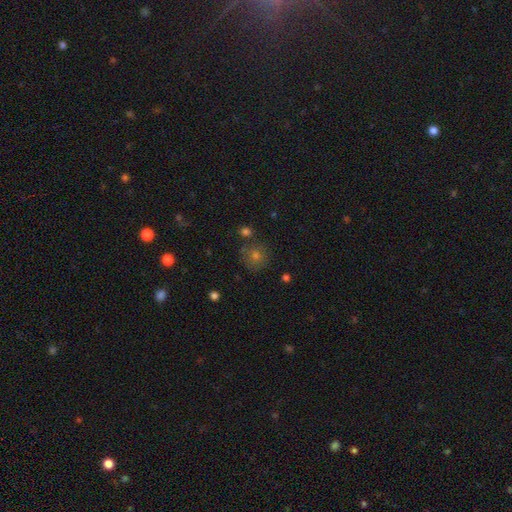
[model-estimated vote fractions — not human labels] Smooth or featured? Predicted: smooth (p=0.66). How rounded? Predicted: round (p=0.92). Merging? Predicted: none (p=0.80).